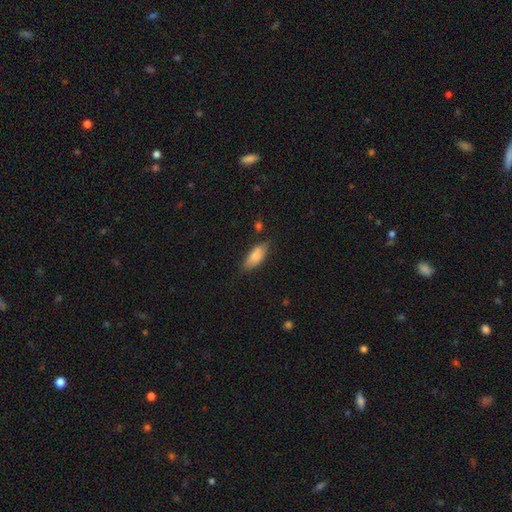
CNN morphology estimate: Q: Smooth or featured?
A: smooth (79%); runner-up: featured or disk (14%)
Q: How rounded?
A: in between (78%); runner-up: cigar-shaped (20%)
Q: Merging?
A: none (68%); runner-up: minor disturbance (24%)